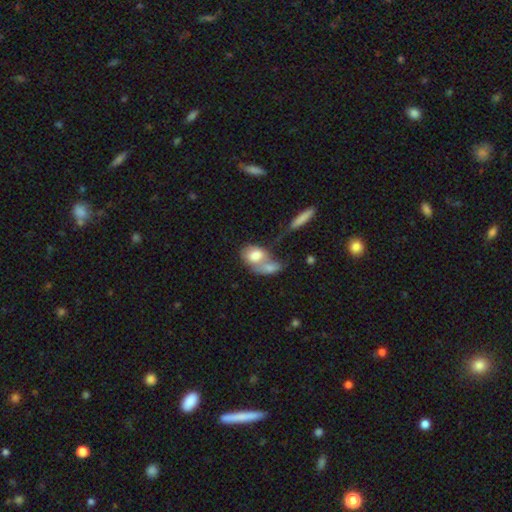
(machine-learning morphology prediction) The model was most divided on "merging": merger: 62%, none: 20%, minor disturbance: 10%, major disturbance: 9%. More confident: how rounded — in between (77%); smooth or featured — smooth (73%).